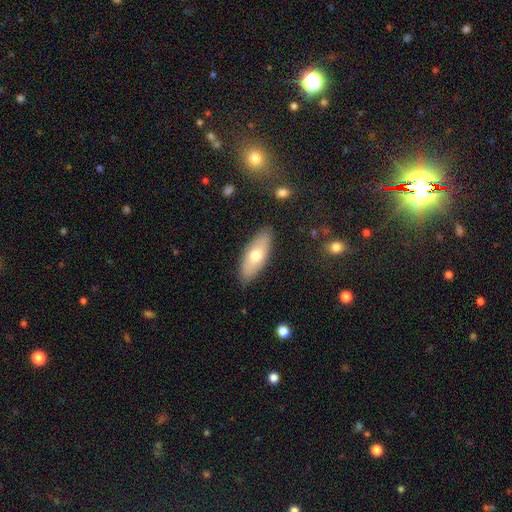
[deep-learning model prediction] A smooth galaxy with no disk features (65%) that is in between round and cigar-shaped (76%).

Vote fractions:
- Smooth or featured? smooth: 65% / featured or disk: 29% / star or artifact: 6%
- How rounded? in between: 76% / cigar-shaped: 21% / round: 3%
- Merging? none: 85% / minor disturbance: 11% / major disturbance: 2% / merger: 1%